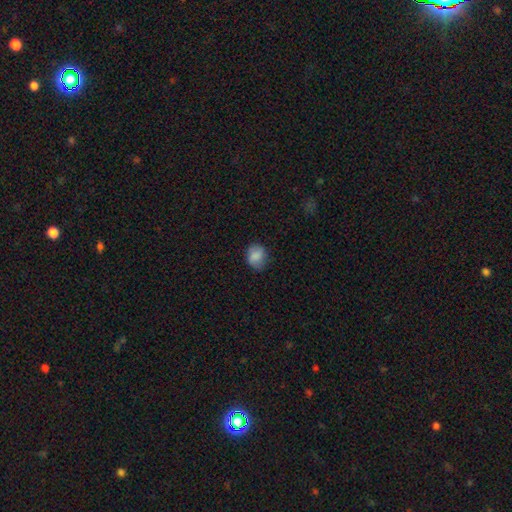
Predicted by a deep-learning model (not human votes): smooth 84%, star or artifact 8%, featured or disk 8%. Down the decision tree: how rounded — round (59%); merging — none (77%).